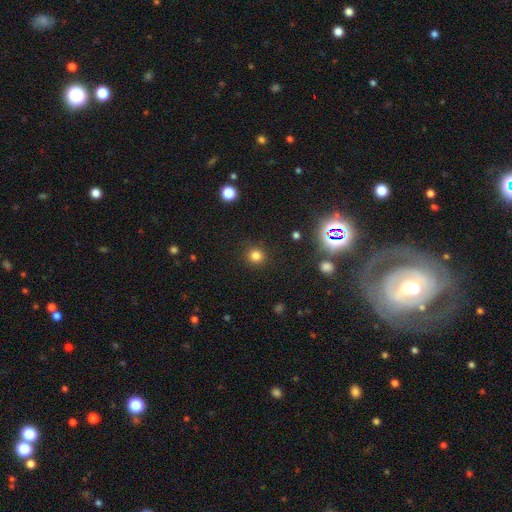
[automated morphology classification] Smooth or featured? Predicted: smooth (p=0.80). How rounded? Predicted: round (p=0.91). Merging? Predicted: none (p=0.90).